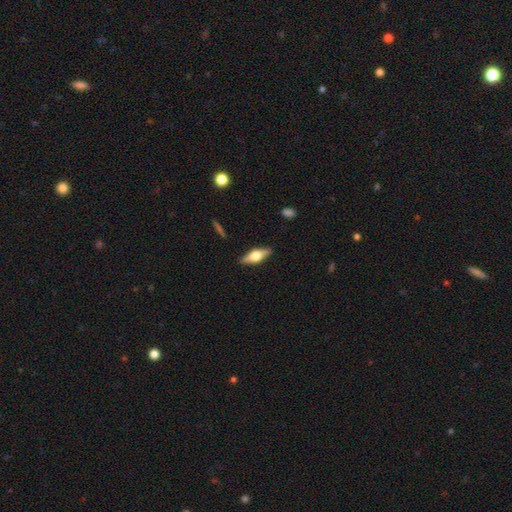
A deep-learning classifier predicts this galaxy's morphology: This is possibly a featured or disk galaxy (52%). It is clearly viewed edge-on (91%). Merging: clearly none (88%).